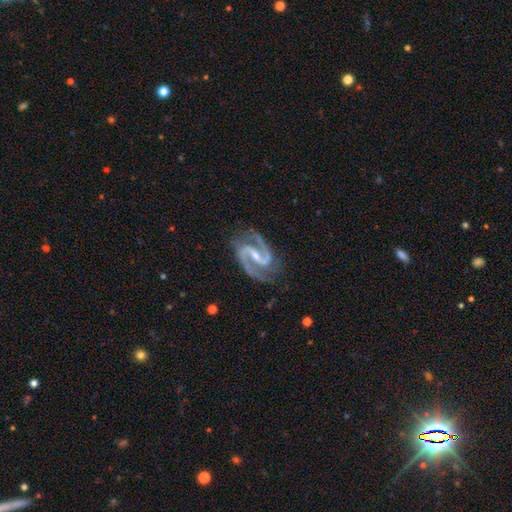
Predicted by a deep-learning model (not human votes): Overall: featured or disk (94%). Edge-on disk: no (98%). Bar: strong (52%; weak 34%). Spiral arms: yes (99%). Spiral arm count: 2 (94%). Spiral winding: medium (67%). Bulge size: small (65%; moderate 30%). Merging: none (80%).